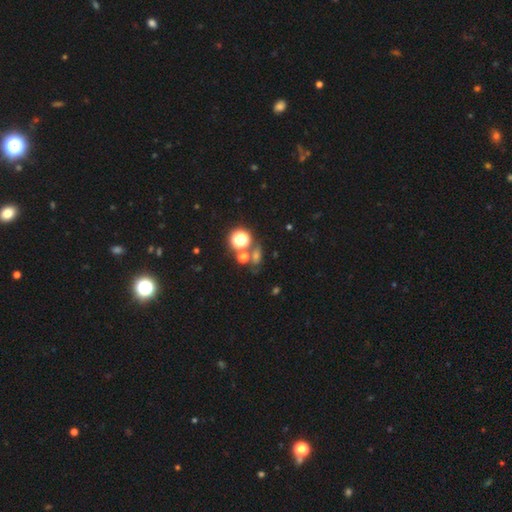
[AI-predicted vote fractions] This appears to be a star or artifact, not a galaxy (51%).